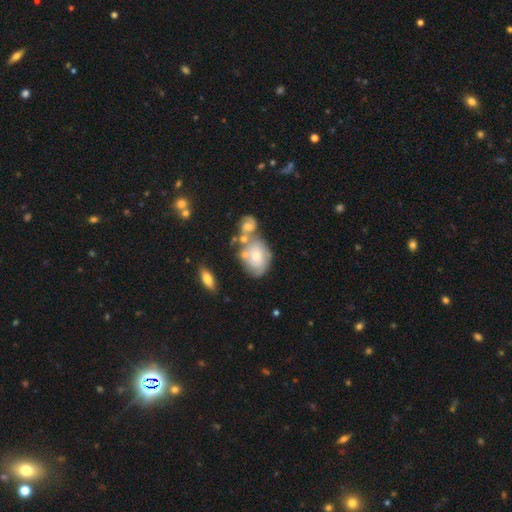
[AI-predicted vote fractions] Smooth or featured: featured or disk — 47% (smooth — 45%)
Merging: merger — 36% (none — 35%)